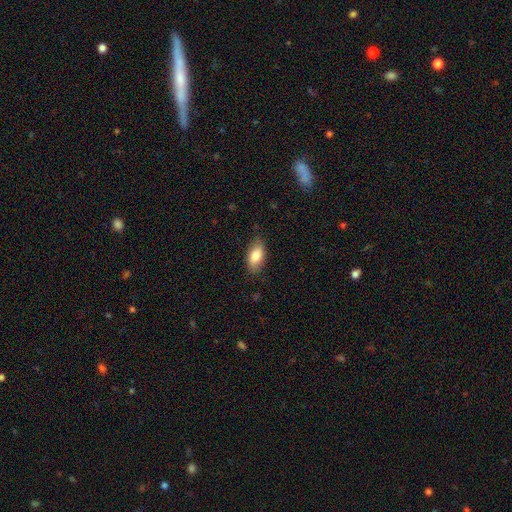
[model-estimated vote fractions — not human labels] A smooth galaxy with no disk features (82%) that is in between round and cigar-shaped (90%). Merging: none (82%).